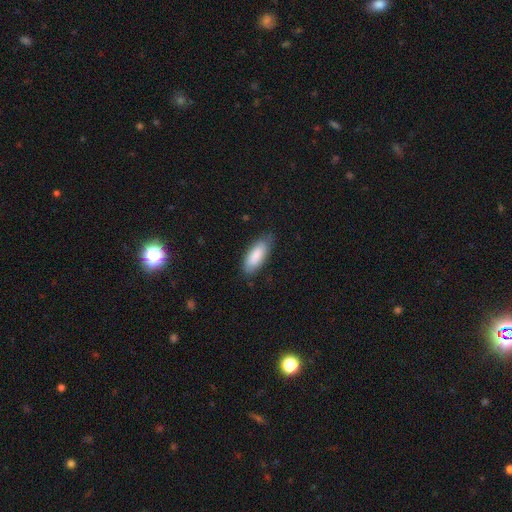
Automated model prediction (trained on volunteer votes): Overall: smooth (85%). How rounded: in between (77%). Merging: none (74%).